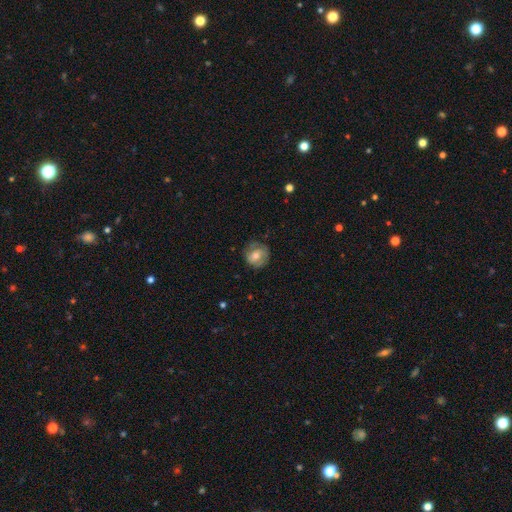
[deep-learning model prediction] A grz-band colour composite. It shows a smooth galaxy with no disk features (49%). Merging: none (74%).